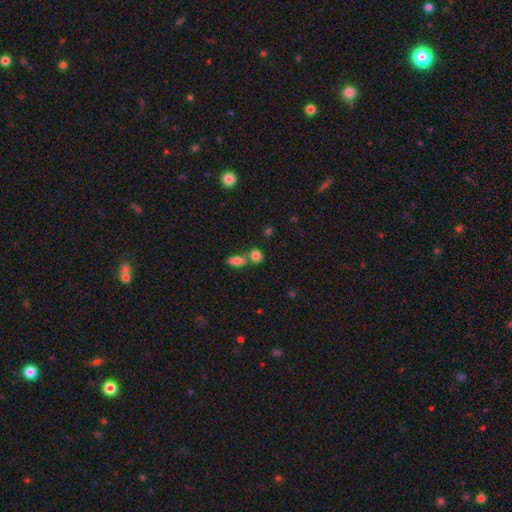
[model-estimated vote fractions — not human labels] Smooth or featured: smooth — 83% (star or artifact — 10%)
How rounded: round — 49% (in between — 48%)
Merging: none — 53% (merger — 34%)